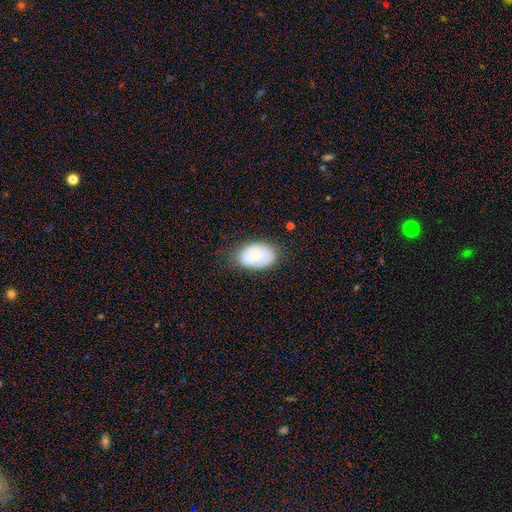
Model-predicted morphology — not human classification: A smooth galaxy with no disk features (53%) that is in between round and cigar-shaped (88%).

Vote fractions:
- Smooth or featured? smooth: 53% / featured or disk: 39% / star or artifact: 8%
- How rounded? in between: 88% / round: 10% / cigar-shaped: 1%
- Merging? none: 62% / minor disturbance: 27% / major disturbance: 8% / merger: 3%